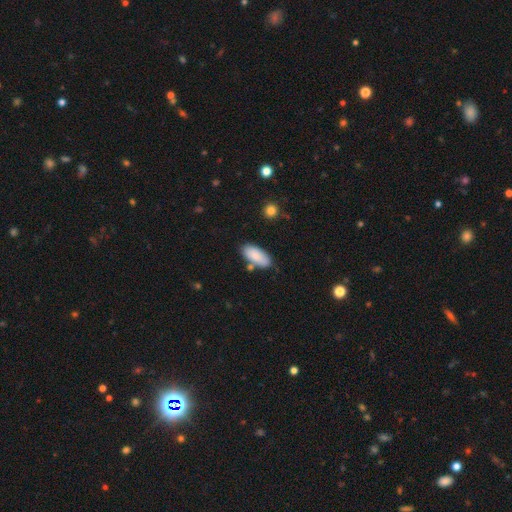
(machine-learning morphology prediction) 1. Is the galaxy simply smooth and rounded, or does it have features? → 86% smooth, 8% featured or disk, 6% star or artifact.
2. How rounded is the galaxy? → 89% in between, 9% cigar-shaped, 2% round.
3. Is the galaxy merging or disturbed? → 73% none, 15% minor disturbance, 9% merger, 3% major disturbance.